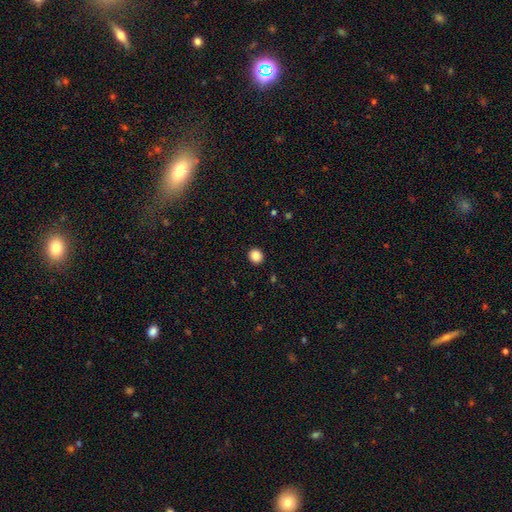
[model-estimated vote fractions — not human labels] Smooth or featured? smooth (87%)
How rounded? round (87%)
Merging? none (93%)